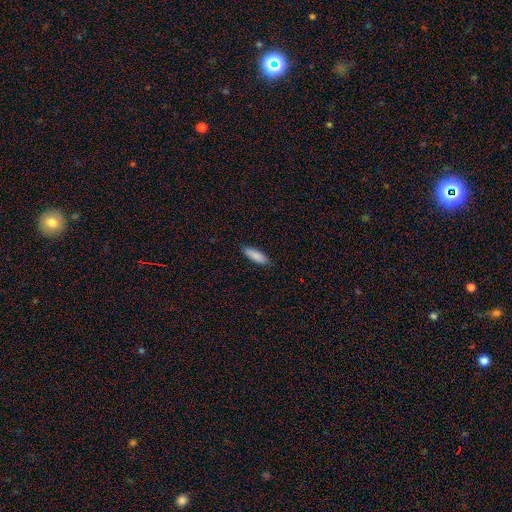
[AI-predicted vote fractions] smooth 88%, featured or disk 6%, star or artifact 6%. Down the decision tree: how rounded — in between (50%); merging — none (88%).